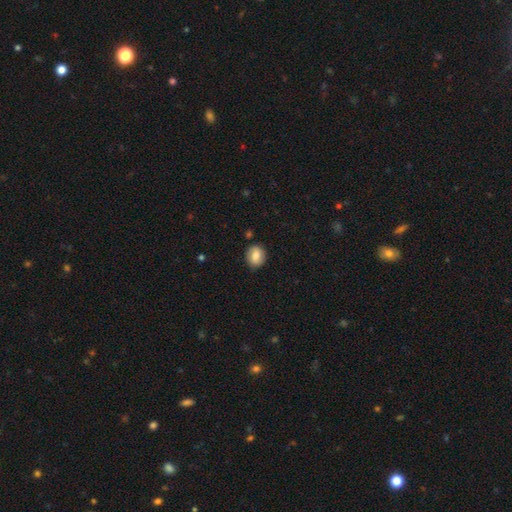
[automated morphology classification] A smooth galaxy with no disk features (81%) that is round (69%). Merging: none (86%).